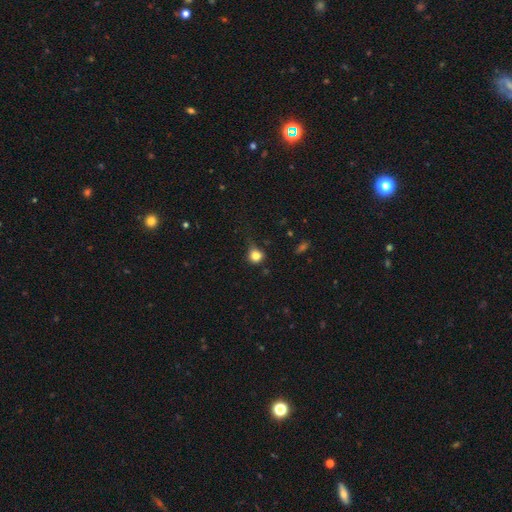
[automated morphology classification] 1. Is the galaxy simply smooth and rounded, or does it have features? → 81% smooth, 12% star or artifact, 6% featured or disk.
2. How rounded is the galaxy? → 86% round, 12% in between, 1% cigar-shaped.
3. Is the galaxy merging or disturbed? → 61% none, 27% minor disturbance, 10% major disturbance, 3% merger.